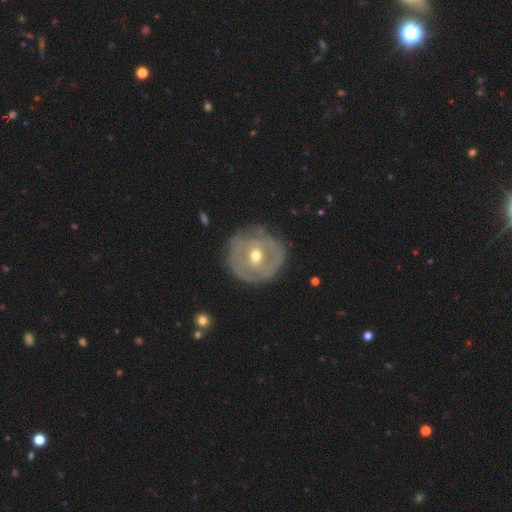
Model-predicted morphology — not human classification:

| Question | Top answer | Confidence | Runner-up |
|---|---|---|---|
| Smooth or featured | featured or disk | 72% | smooth (23%) |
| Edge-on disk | no | 96% | yes (4%) |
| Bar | no | 51% | weak (37%) |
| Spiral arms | yes | 61% | no (39%) |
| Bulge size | moderate | 66% | small (29%) |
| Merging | none | 76% | minor disturbance (16%) |